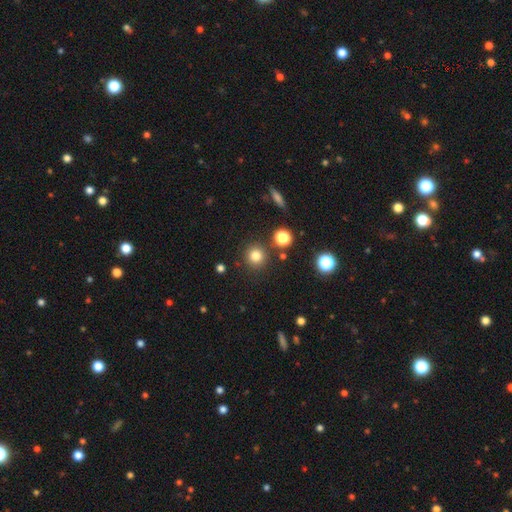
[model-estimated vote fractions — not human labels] smooth 80%, star or artifact 14%, featured or disk 6%. Down the decision tree: how rounded — round (93%); merging — none (86%).